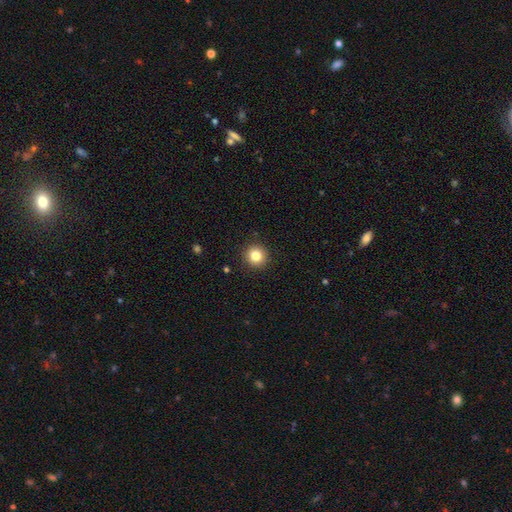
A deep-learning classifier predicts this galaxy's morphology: Smooth or featured: smooth — 82% (star or artifact — 11%)
How rounded: round — 94% (in between — 5%)
Merging: none — 92% (minor disturbance — 5%)